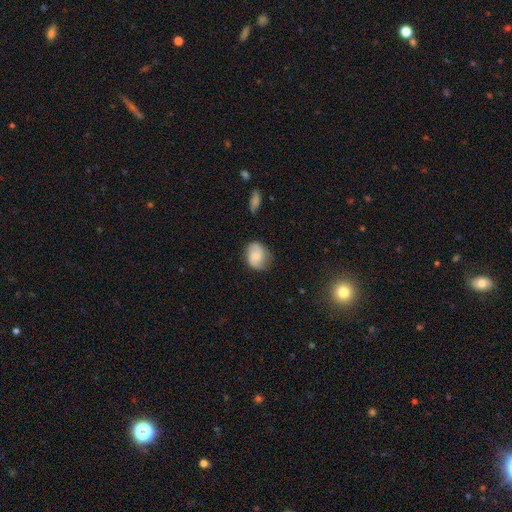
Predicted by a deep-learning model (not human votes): featured or disk 50%, smooth 43%, star or artifact 8%. Down the decision tree: merging — none (75%).